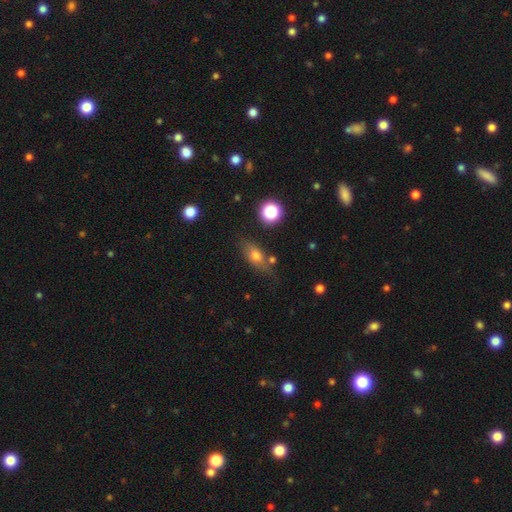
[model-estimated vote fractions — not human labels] Q: Smooth or featured?
A: smooth (66%); runner-up: featured or disk (23%)
Q: How rounded?
A: in between (71%); runner-up: cigar-shaped (15%)
Q: Merging?
A: none (67%); runner-up: minor disturbance (20%)